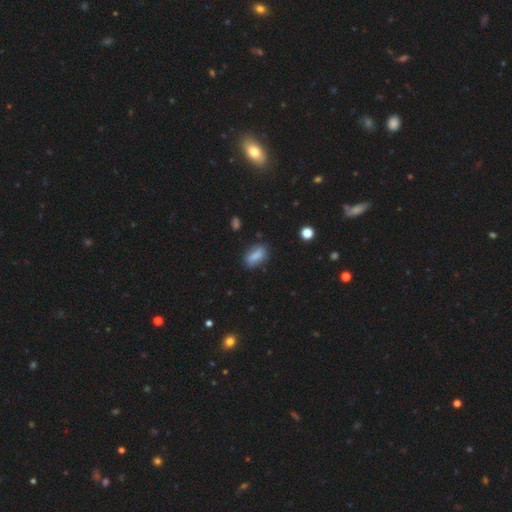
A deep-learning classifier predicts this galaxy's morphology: A smooth galaxy with no disk features (78%) that is in between round and cigar-shaped (81%).

Vote fractions:
- Smooth or featured? smooth: 78% / featured or disk: 13% / star or artifact: 9%
- How rounded? in between: 81% / cigar-shaped: 13% / round: 7%
- Merging? none: 74% / minor disturbance: 18% / major disturbance: 5% / merger: 3%